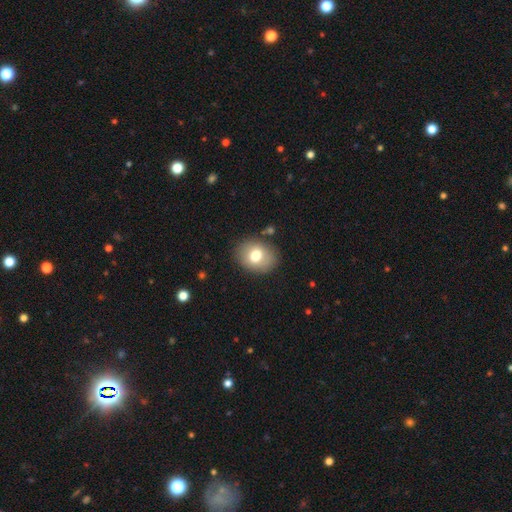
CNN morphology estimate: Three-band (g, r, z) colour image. It shows a smooth galaxy with no disk features (74%) that is in between round and cigar-shaped (52%). Merging: none (83%).